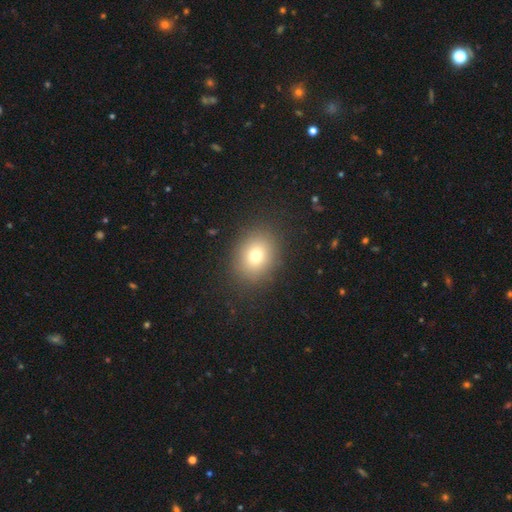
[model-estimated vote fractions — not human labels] Smooth or featured?
  - smooth: 76% *
  - star or artifact: 13%
  - featured or disk: 11%
How rounded?
  - in between: 51% *
  - round: 48%
  - cigar-shaped: 1%
Merging?
  - none: 87% *
  - minor disturbance: 8%
  - major disturbance: 4%
  - merger: 1%